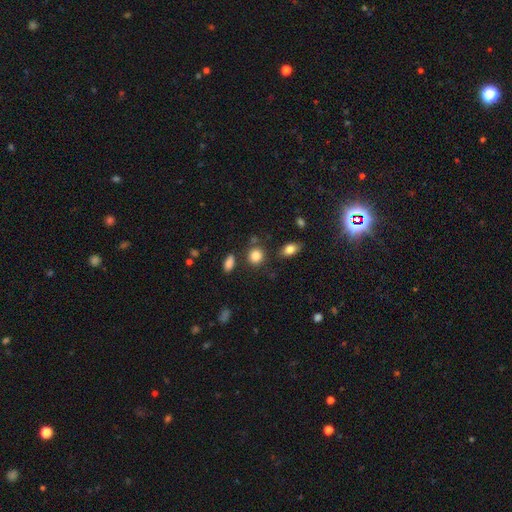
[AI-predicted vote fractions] Morphology: type=smooth (84%); roundness=round (78%); merging=none (81%).